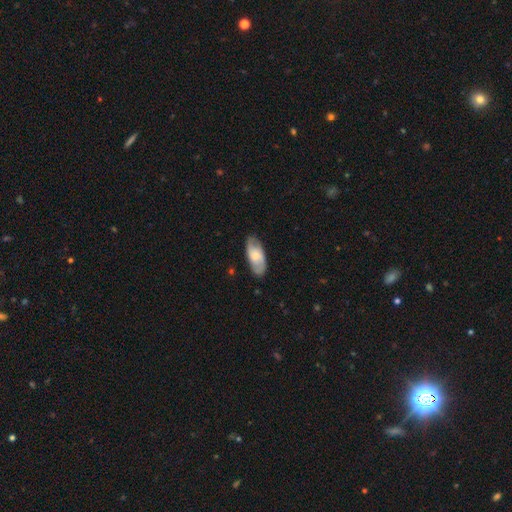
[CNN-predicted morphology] Q: Smooth or featured?
A: smooth (55%); runner-up: featured or disk (39%)
Q: How rounded?
A: in between (88%); runner-up: cigar-shaped (9%)
Q: Merging?
A: none (80%); runner-up: minor disturbance (16%)